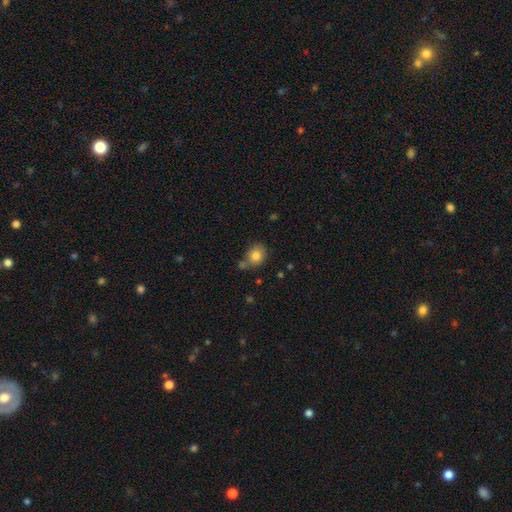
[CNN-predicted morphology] A smooth galaxy with no disk features (81%) that is round (65%).

Vote fractions:
- Smooth or featured? smooth: 81% / star or artifact: 10% / featured or disk: 9%
- How rounded? round: 65% / in between: 34% / cigar-shaped: 1%
- Merging? none: 62% / minor disturbance: 18% / merger: 16% / major disturbance: 5%